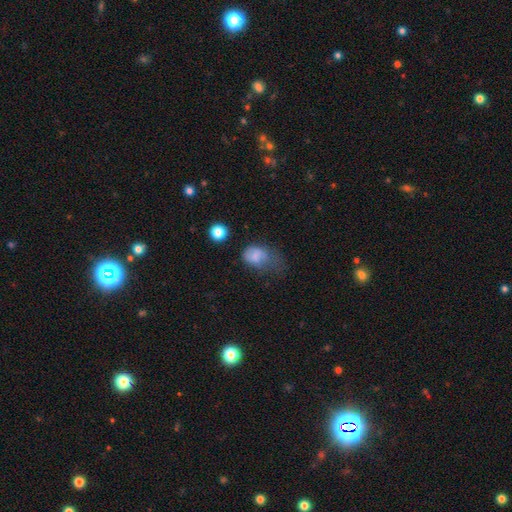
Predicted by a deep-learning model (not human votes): smooth 72%, featured or disk 16%, star or artifact 12%. Down the decision tree: how rounded — in between (72%); merging — major disturbance (46%).